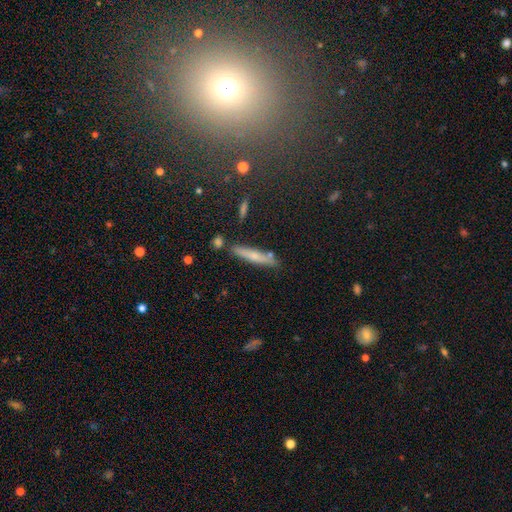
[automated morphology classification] smooth 44%, featured or disk 40%, star or artifact 16%. Down the decision tree: merging — none (81%).